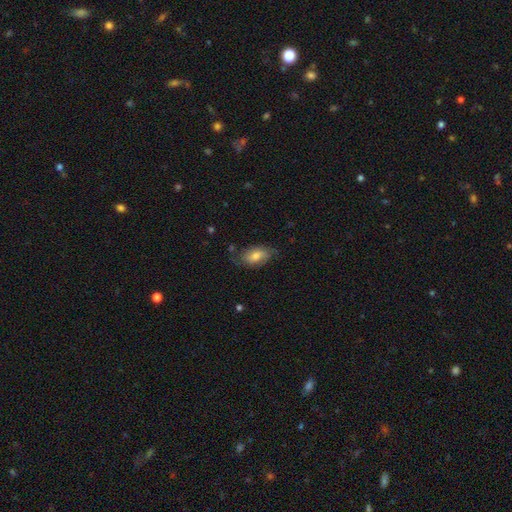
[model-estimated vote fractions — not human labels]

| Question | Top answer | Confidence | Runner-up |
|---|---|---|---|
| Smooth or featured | smooth | 66% | featured or disk (27%) |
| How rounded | in between | 90% | round (6%) |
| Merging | none | 66% | minor disturbance (25%) |